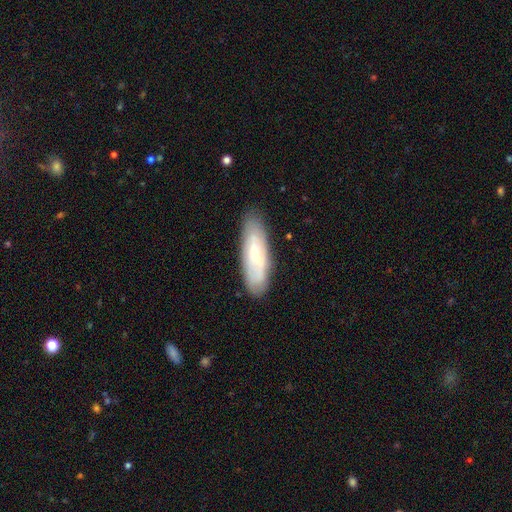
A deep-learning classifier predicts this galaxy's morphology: smooth_or_featured: smooth (p=0.54) [alt: featured or disk p=0.40]
how_rounded: cigar-shaped (p=0.51) [alt: in between p=0.47]
merging: none (p=0.82) [alt: minor disturbance p=0.13]